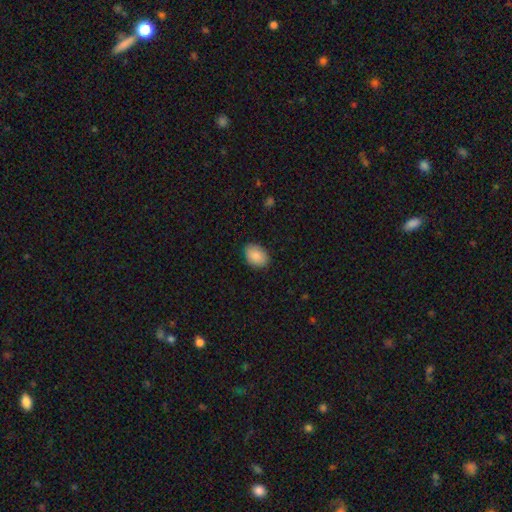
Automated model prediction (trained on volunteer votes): Smooth or featured? Predicted: smooth (p=0.87). How rounded? Predicted: in between (p=0.78). Merging? Predicted: none (p=0.86).